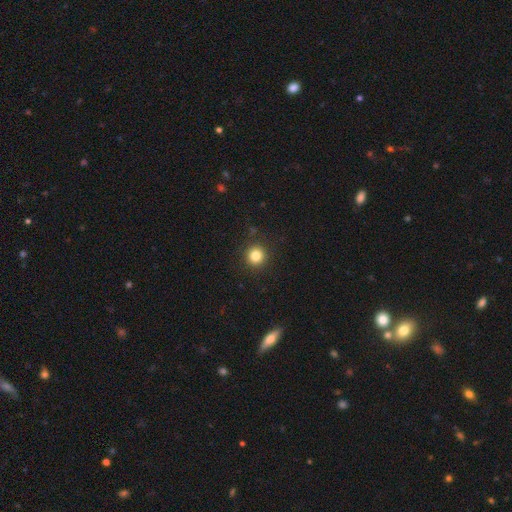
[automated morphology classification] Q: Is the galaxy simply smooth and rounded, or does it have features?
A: smooth — 83%.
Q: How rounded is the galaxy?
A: round — 94%.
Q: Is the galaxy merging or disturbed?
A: none — 91%.